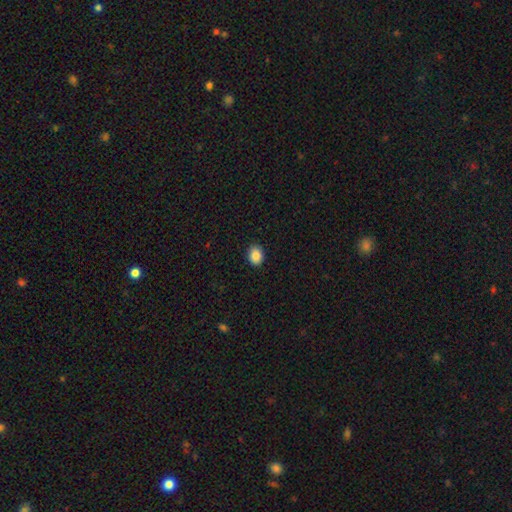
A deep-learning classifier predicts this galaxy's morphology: smooth-or-featured: smooth: 88% | star or artifact: 8% | featured or disk: 4%
  how-rounded: in between: 60% | round: 39% | cigar-shaped: 1%
  merging: none: 90% | minor disturbance: 7% | major disturbance: 2% | merger: 1%